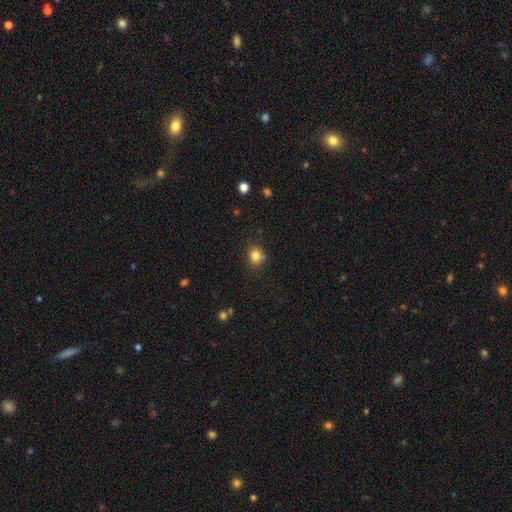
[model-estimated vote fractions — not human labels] Smooth or featured? Predicted: smooth (p=0.83). How rounded? Predicted: round (p=0.69). Merging? Predicted: none (p=0.78).